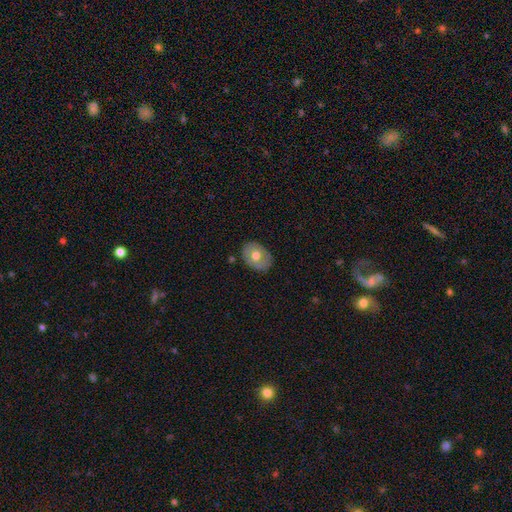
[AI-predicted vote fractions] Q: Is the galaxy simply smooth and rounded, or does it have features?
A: smooth — 60%.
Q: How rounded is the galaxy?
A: in between — 68%.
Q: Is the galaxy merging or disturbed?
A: none — 81%.